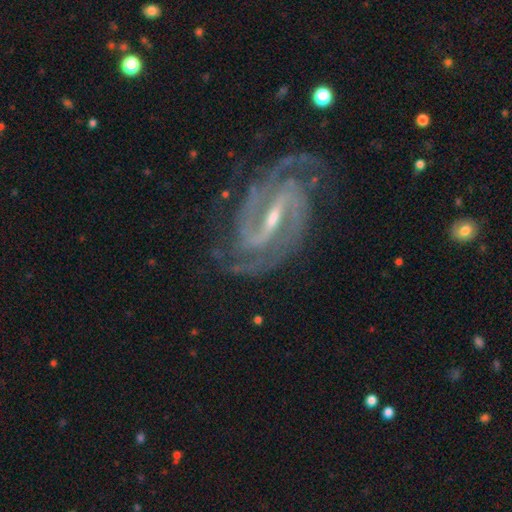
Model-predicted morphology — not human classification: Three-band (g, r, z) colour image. It shows a featured or disk galaxy (92%) with a strong bar (66%), 2 (69%) tight (57%) spiral arms (99%) and a small central bulge (70%). Merging: none (81%).